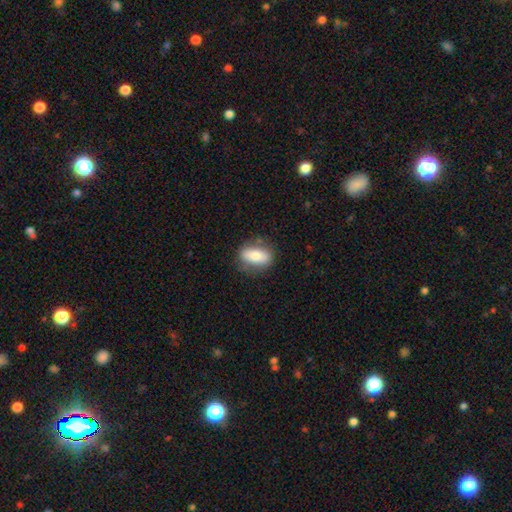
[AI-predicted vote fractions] smooth-or-featured: smooth: 71% | featured or disk: 22% | star or artifact: 7%
  how-rounded: in between: 83% | cigar-shaped: 9% | round: 8%
  merging: none: 76% | minor disturbance: 16% | major disturbance: 5% | merger: 2%